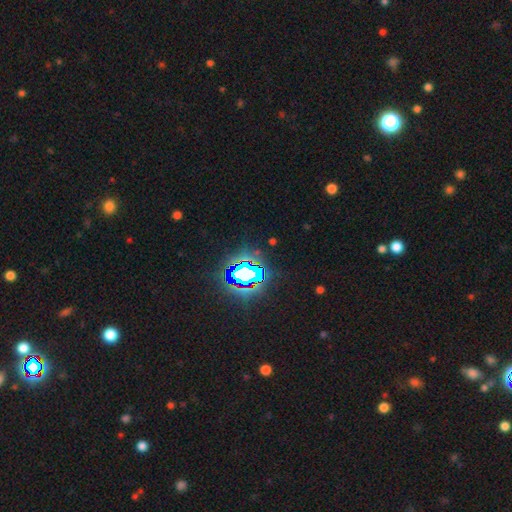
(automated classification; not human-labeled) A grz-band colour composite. It shows a star or artifact, not a galaxy (83%).